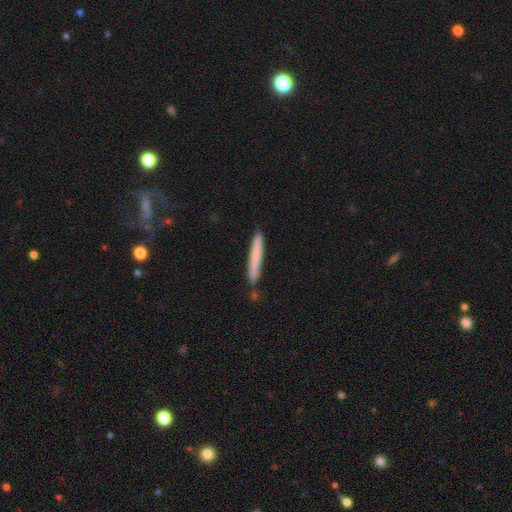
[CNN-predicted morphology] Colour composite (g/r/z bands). It shows a smooth galaxy with no disk features (67%) that is cigar-shaped (96%). Merging: none (84%).